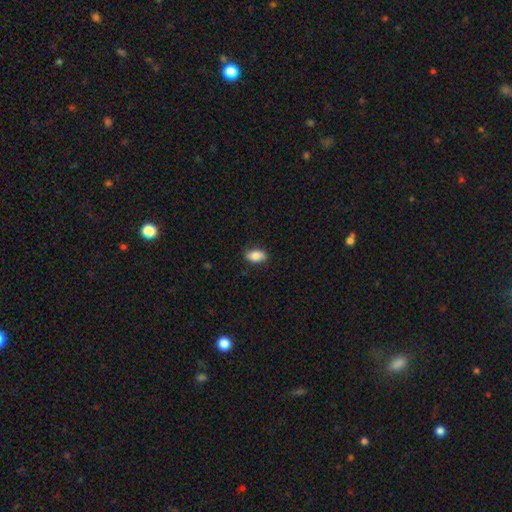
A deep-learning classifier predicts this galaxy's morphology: This is clearly a smooth galaxy (81%). How rounded: clearly in between (90%). Merging: clearly none (82%).